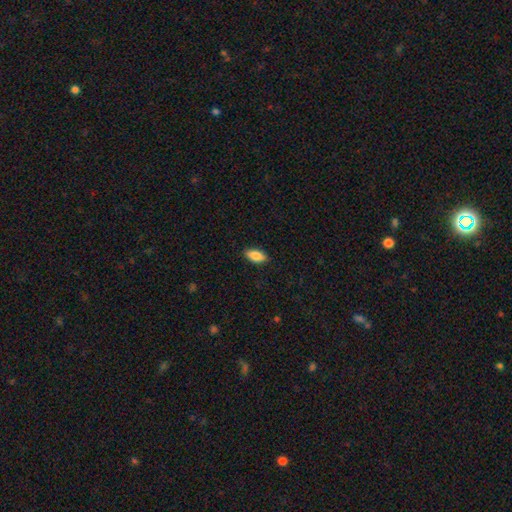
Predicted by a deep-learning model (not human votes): The model was most divided on "smooth or featured": smooth: 86%, featured or disk: 8%, star or artifact: 7%. More confident: how rounded — in between (90%); merging — none (88%).